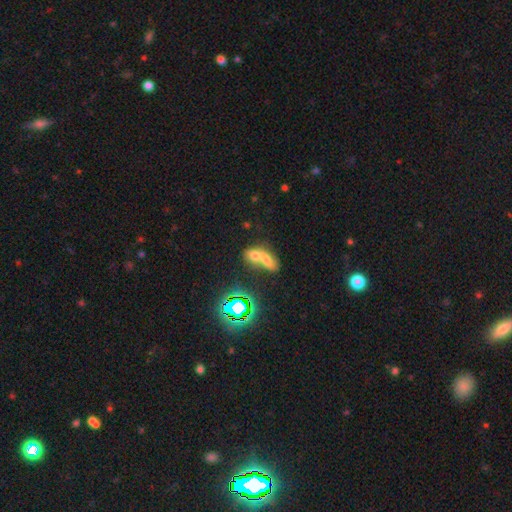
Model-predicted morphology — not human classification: Overall: smooth (57%; featured or disk 23%). How rounded: in between (71%). Merging: merger (77%).